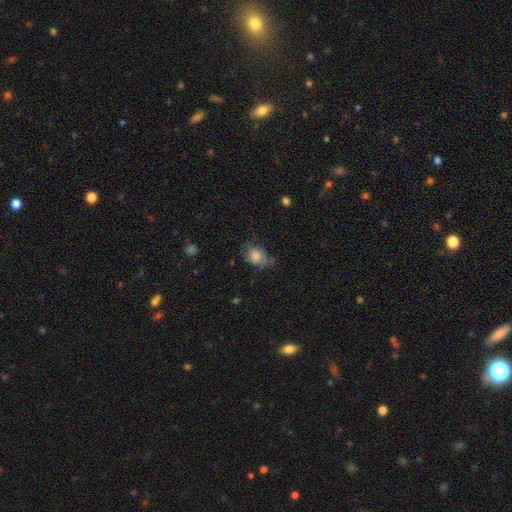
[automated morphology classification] This appears to be a smooth galaxy with no disk features (60%) that is round (52%). Merging: none (47%).